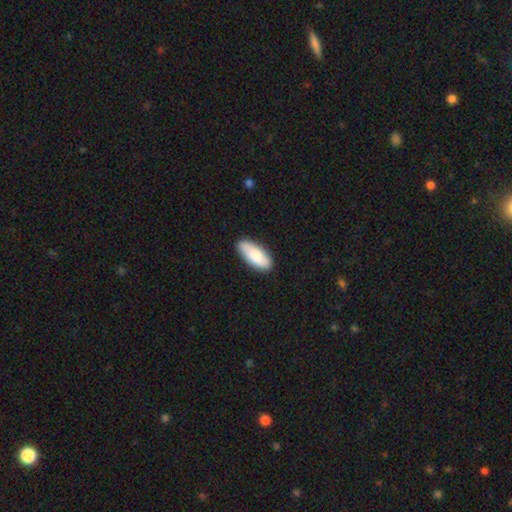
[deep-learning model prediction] Smooth or featured?
  - smooth: 78% *
  - featured or disk: 16%
  - star or artifact: 6%
How rounded?
  - in between: 81% *
  - cigar-shaped: 17%
  - round: 2%
Merging?
  - none: 81% *
  - minor disturbance: 15%
  - major disturbance: 2%
  - merger: 2%